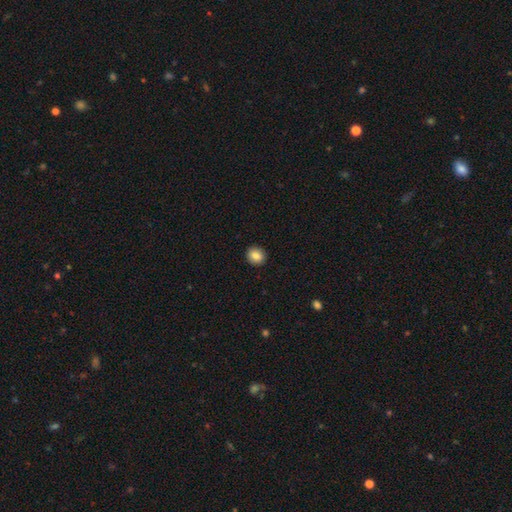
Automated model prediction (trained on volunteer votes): smooth-or-featured: smooth: 85% | star or artifact: 9% | featured or disk: 6%
  how-rounded: round: 77% | in between: 22% | cigar-shaped: 1%
  merging: none: 92% | minor disturbance: 5% | major disturbance: 2% | merger: 1%